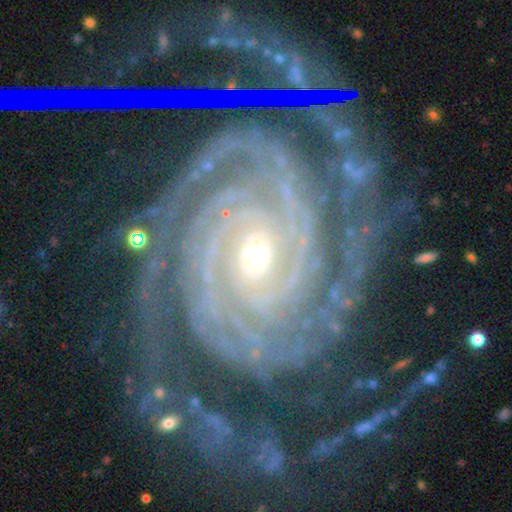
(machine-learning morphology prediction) Q: Smooth or featured?
A: featured or disk (93%); runner-up: star or artifact (4%)
Q: Edge-on disk?
A: no (98%); runner-up: yes (2%)
Q: Bar?
A: no (54%); runner-up: weak (27%)
Q: Spiral arms?
A: yes (99%); runner-up: no (1%)
Q: Spiral winding?
A: tight (81%); runner-up: medium (16%)
Q: Spiral arm count?
A: 2 (30%); runner-up: 3 (20%)
Q: Bulge size?
A: small (70%); runner-up: moderate (26%)
Q: Merging?
A: none (68%); runner-up: minor disturbance (17%)